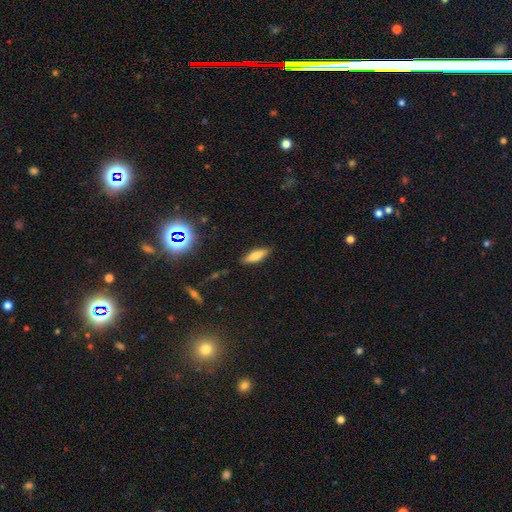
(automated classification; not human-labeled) The model was most divided on "how rounded": in between: 51%, cigar-shaped: 46%, round: 2%. More confident: merging — none (87%); smooth or featured — smooth (68%).